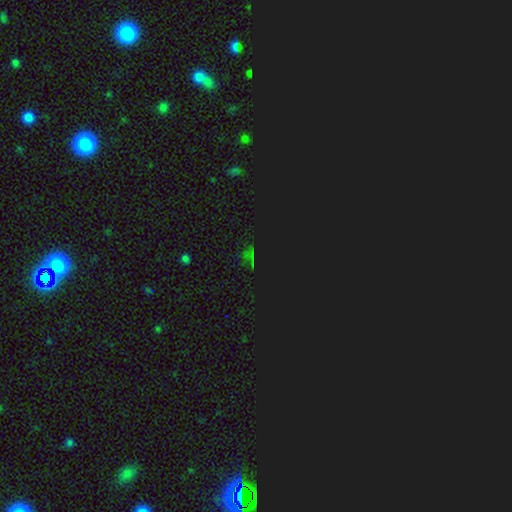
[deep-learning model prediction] This is likely a star or artifact rather than a galaxy (80%).